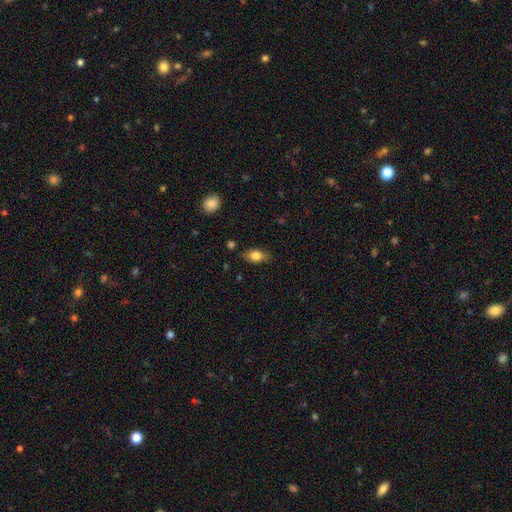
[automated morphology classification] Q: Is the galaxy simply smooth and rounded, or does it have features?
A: smooth — 79%.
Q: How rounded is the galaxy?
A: in between — 84%.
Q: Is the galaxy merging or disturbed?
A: none — 81%.